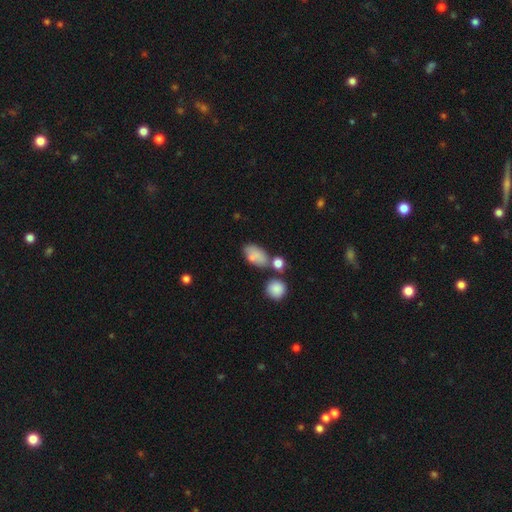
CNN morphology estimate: smooth 79%, featured or disk 12%, star or artifact 9%. Down the decision tree: how rounded — in between (88%); merging — none (55%).